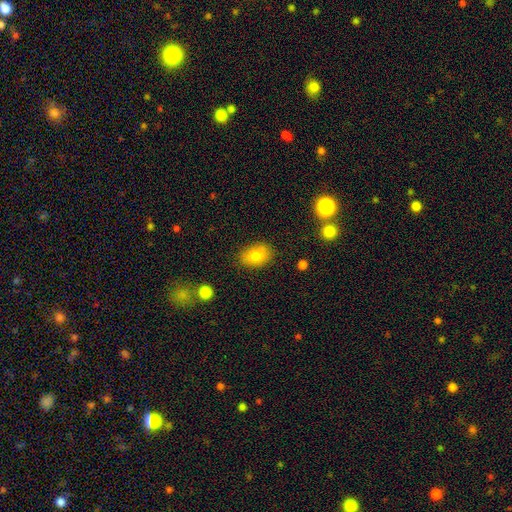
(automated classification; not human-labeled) This is clearly a smooth galaxy (81%). How rounded: likely in between (80%). Merging: clearly none (80%).